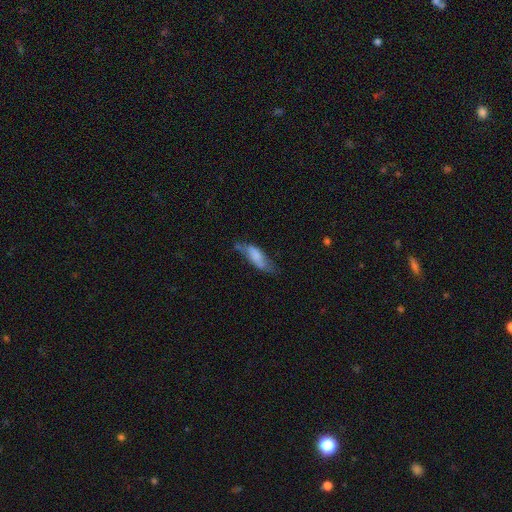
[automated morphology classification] smooth-or-featured: smooth: 63% | featured or disk: 29% | star or artifact: 8%
  how-rounded: in between: 61% | cigar-shaped: 37% | round: 2%
  merging: none: 43% | minor disturbance: 34% | major disturbance: 17% | merger: 5%